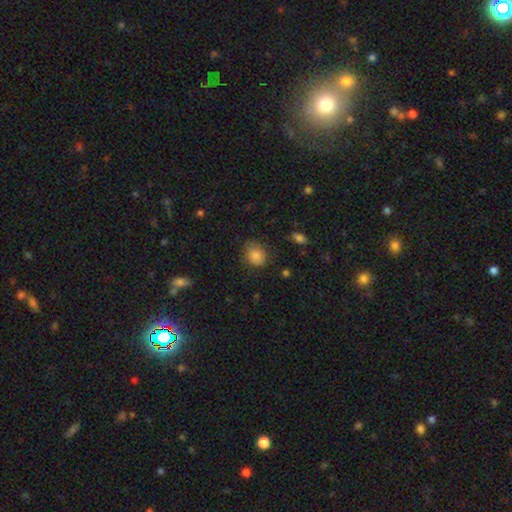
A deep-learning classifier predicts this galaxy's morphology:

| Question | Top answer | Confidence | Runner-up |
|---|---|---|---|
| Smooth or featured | smooth | 83% | star or artifact (9%) |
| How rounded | round | 56% | in between (43%) |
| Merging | none | 68% | minor disturbance (24%) |